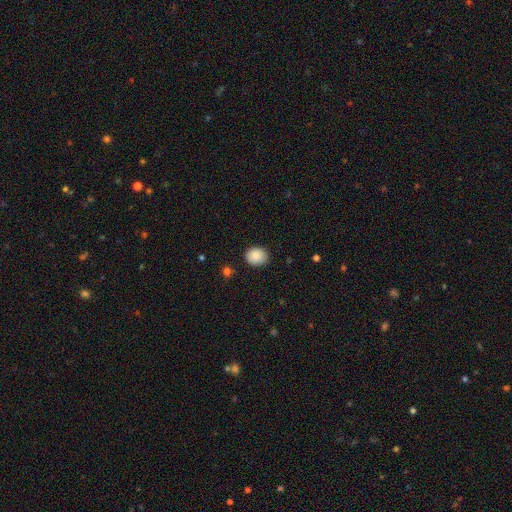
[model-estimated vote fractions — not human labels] This appears to be a smooth galaxy with no disk features (88%) that is round (63%). Merging: none (85%).